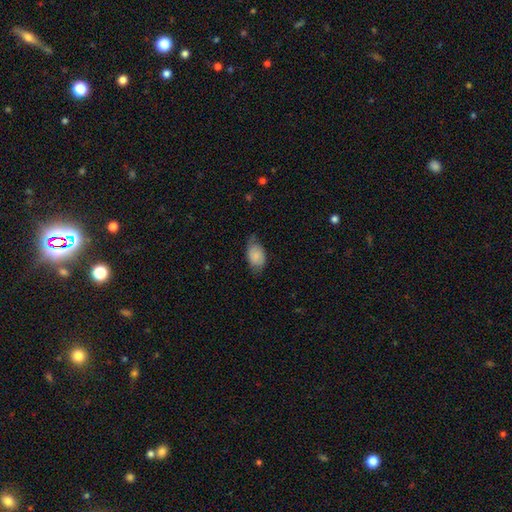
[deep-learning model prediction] A smooth galaxy with no disk features (75%) that is in between round and cigar-shaped (90%). Merging: none (54%).